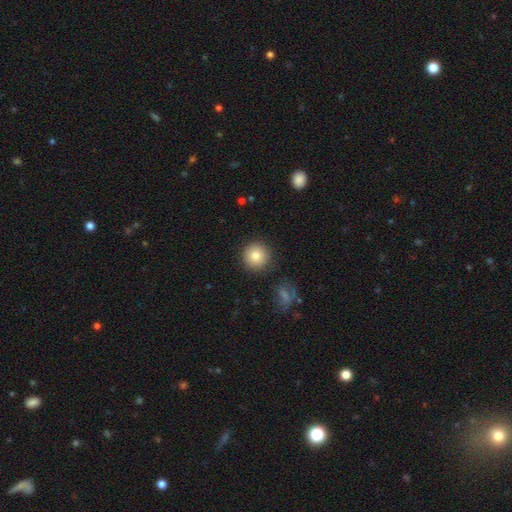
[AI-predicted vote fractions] smooth-or-featured: smooth: 83% | star or artifact: 9% | featured or disk: 8%
  how-rounded: round: 94% | in between: 5% | cigar-shaped: 1%
  merging: none: 87% | minor disturbance: 7% | merger: 3% | major disturbance: 3%